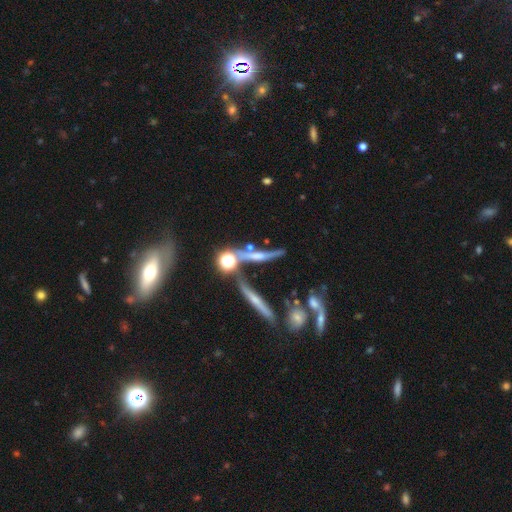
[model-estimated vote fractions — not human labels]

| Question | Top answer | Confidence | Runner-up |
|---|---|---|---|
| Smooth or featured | featured or disk | 56% | smooth (28%) |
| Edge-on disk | yes | 86% | no (14%) |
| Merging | none | 62% | merger (19%) |